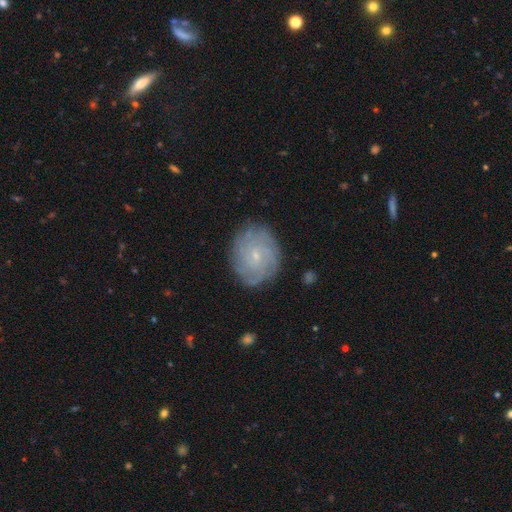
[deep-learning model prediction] Smooth or featured? featured or disk (67%)
Edge-on disk? no (97%)
Bar? no (78%)
Spiral arms? yes (88%)
Spiral winding? tight (71%)
Spiral arm count? can't tell (48%)
Bulge size? small (81%)
Merging? none (82%)